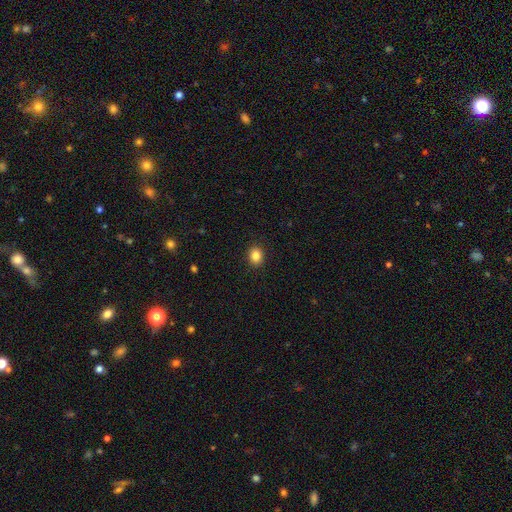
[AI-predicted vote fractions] Overall: smooth (85%). How rounded: round (52%; in between 47%). Merging: none (91%).